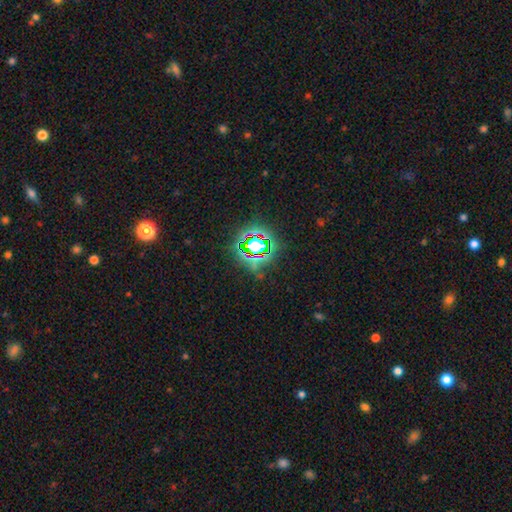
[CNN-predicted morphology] Q: Smooth or featured?
A: star or artifact (78%); runner-up: smooth (13%)